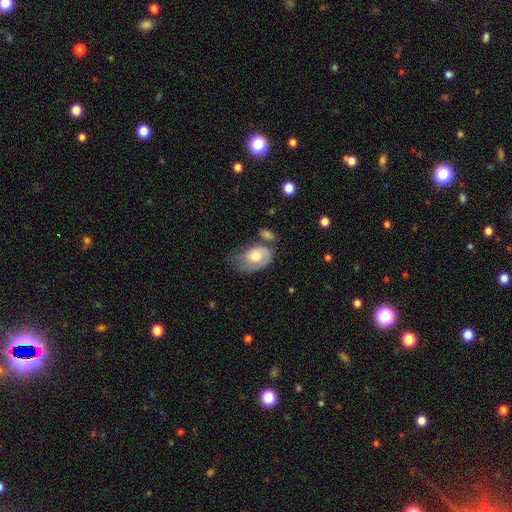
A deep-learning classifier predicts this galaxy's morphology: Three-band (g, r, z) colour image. It shows a smooth galaxy with no disk features (59%) that is in between round and cigar-shaped (86%). Merging: minor disturbance (32%, tied with none).